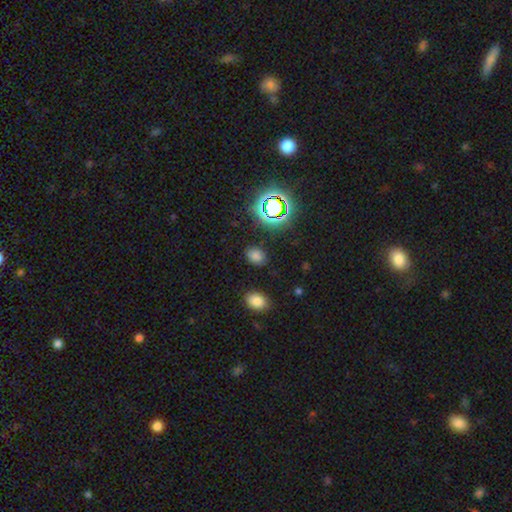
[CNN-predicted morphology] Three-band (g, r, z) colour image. It shows a smooth galaxy with no disk features (71%) that is in between round and cigar-shaped (63%). Merging: none (84%).